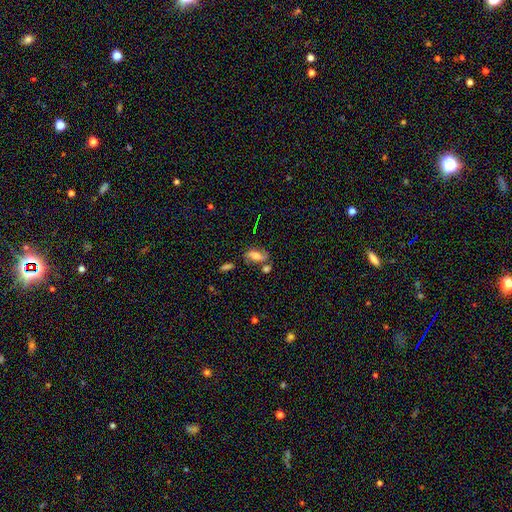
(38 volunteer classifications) smooth_or_featured: smooth (p=0.68) [alt: featured or disk p=0.24]
how_rounded: in between (p=0.85) [alt: round p=0.08]
merging: none (p=0.46) [alt: merger p=0.26]